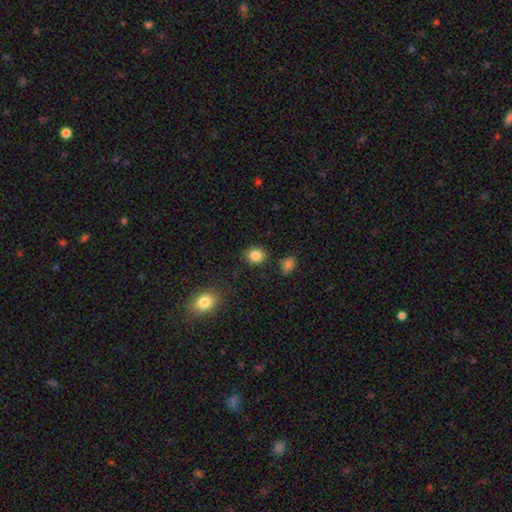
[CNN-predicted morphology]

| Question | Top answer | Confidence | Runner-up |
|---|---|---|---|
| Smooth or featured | smooth | 85% | star or artifact (10%) |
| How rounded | round | 74% | in between (25%) |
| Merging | none | 86% | minor disturbance (9%) |